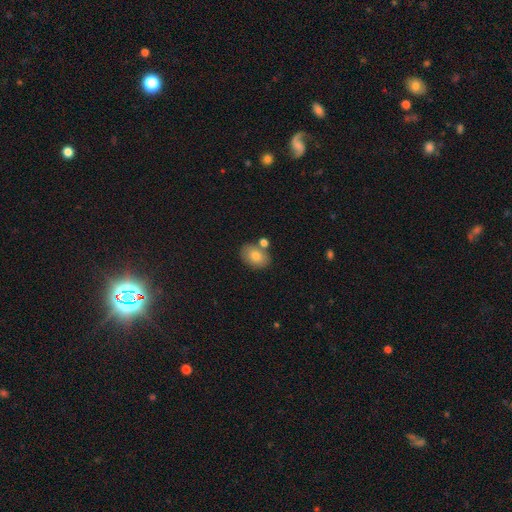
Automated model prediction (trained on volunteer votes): Smooth or featured?
  - smooth: 79% *
  - featured or disk: 13%
  - star or artifact: 8%
How rounded?
  - in between: 74% *
  - round: 25%
  - cigar-shaped: 1%
Merging?
  - none: 68% *
  - merger: 16%
  - minor disturbance: 13%
  - major disturbance: 3%